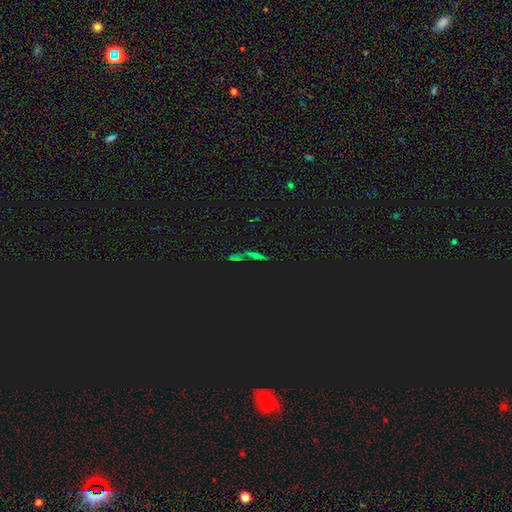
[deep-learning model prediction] smooth_or_featured: star or artifact (p=0.59) [alt: smooth p=0.22]